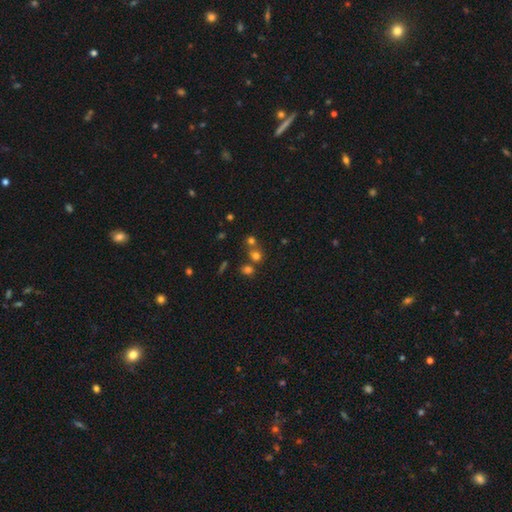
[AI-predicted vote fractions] A smooth galaxy with no disk features (66%) that is round (80%). Merging: none (53%).